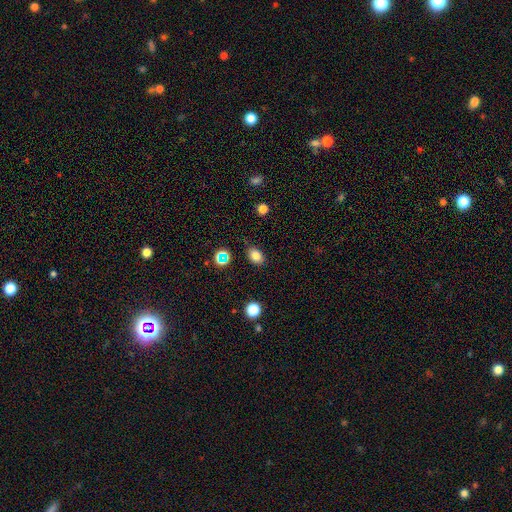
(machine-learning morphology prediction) Q: Smooth or featured?
A: smooth (80%); runner-up: star or artifact (13%)
Q: How rounded?
A: in between (73%); runner-up: round (26%)
Q: Merging?
A: none (81%); runner-up: minor disturbance (13%)